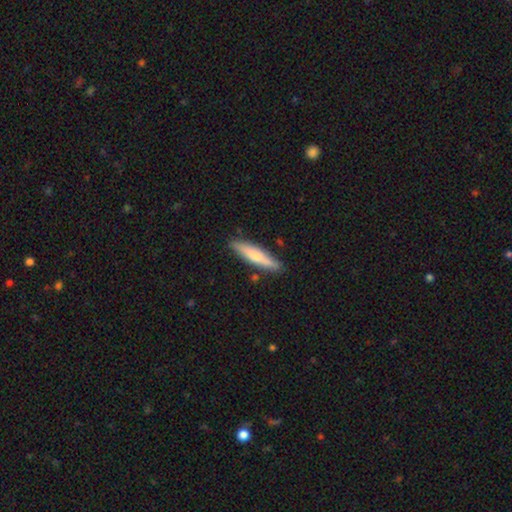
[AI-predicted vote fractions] smooth 66%, featured or disk 28%, star or artifact 5%. Down the decision tree: how rounded — cigar-shaped (84%); merging — none (85%).